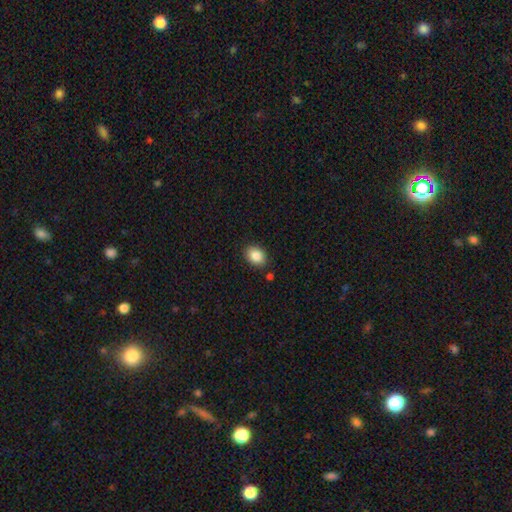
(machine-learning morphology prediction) Smooth or featured? smooth (86%)
How rounded? in between (70%)
Merging? none (86%)